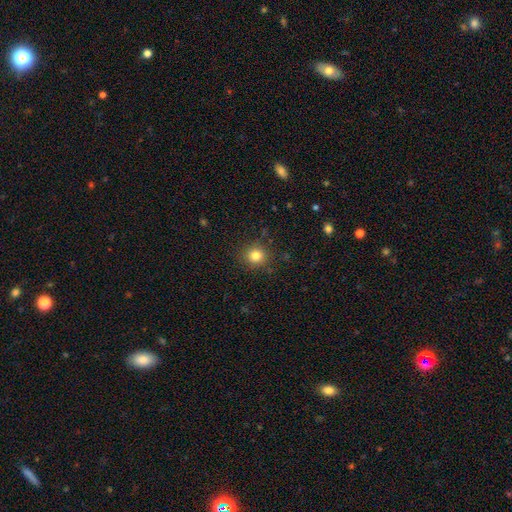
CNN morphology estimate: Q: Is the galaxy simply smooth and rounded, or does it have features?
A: smooth — 81%.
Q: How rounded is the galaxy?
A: round — 91%.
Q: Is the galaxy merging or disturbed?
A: none — 89%.